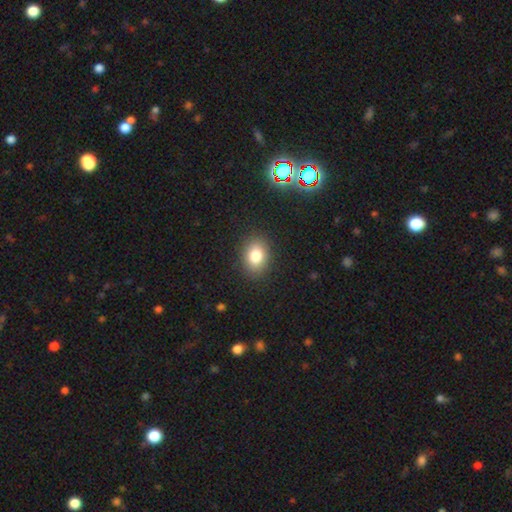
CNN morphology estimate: smooth 82%, star or artifact 10%, featured or disk 8%. Down the decision tree: how rounded — in between (70%); merging — none (88%).